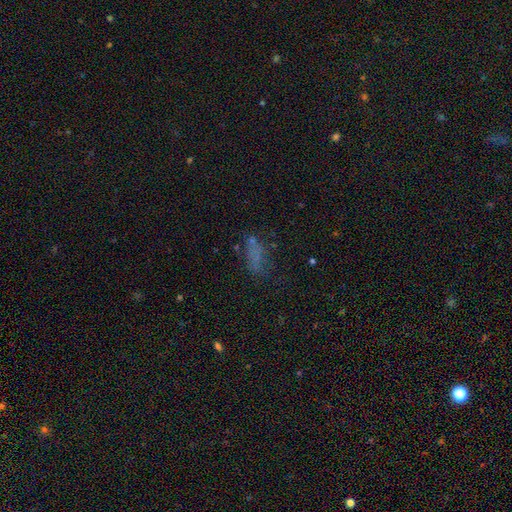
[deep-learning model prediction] The model was most divided on "merging": none: 49%, major disturbance: 22%, minor disturbance: 21%, merger: 8%. More confident: how rounded — in between (78%); smooth or featured — smooth (55%).